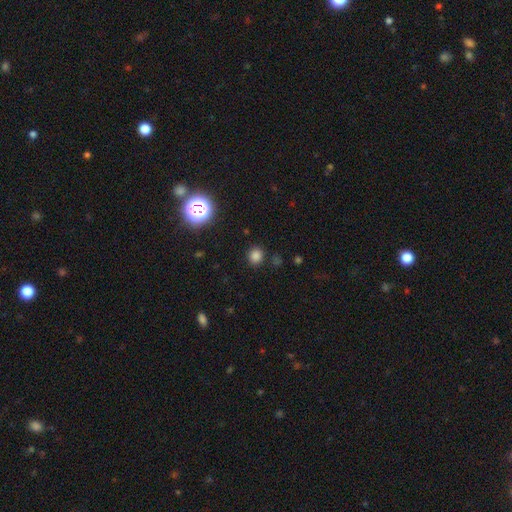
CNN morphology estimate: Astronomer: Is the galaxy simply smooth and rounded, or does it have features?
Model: smooth — 79%.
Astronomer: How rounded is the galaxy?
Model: round — 89%.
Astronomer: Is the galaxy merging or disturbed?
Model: none — 88%.